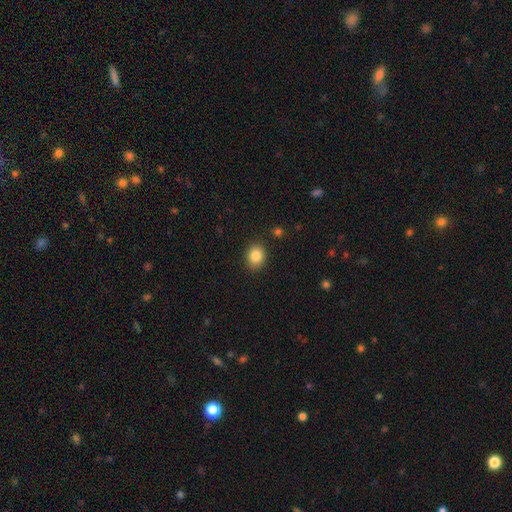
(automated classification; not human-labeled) A smooth galaxy with no disk features (85%) that is round (53%).

Vote fractions:
- Smooth or featured? smooth: 85% / star or artifact: 9% / featured or disk: 6%
- How rounded? round: 53% / in between: 46% / cigar-shaped: 1%
- Merging? none: 88% / minor disturbance: 9% / major disturbance: 2% / merger: 1%